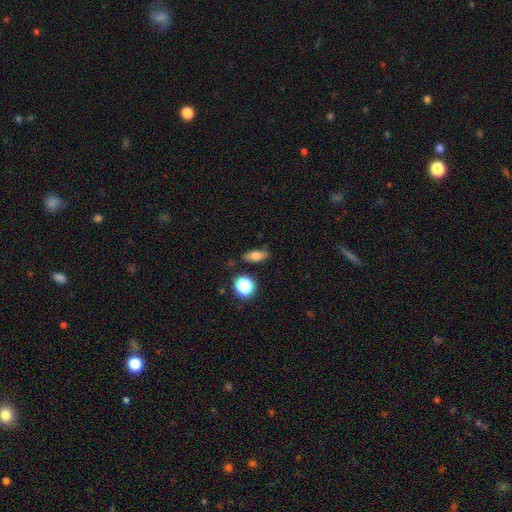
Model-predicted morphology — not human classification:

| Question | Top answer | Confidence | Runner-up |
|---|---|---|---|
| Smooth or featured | smooth | 73% | featured or disk (15%) |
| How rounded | in between | 69% | cigar-shaped (18%) |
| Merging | none | 81% | minor disturbance (13%) |